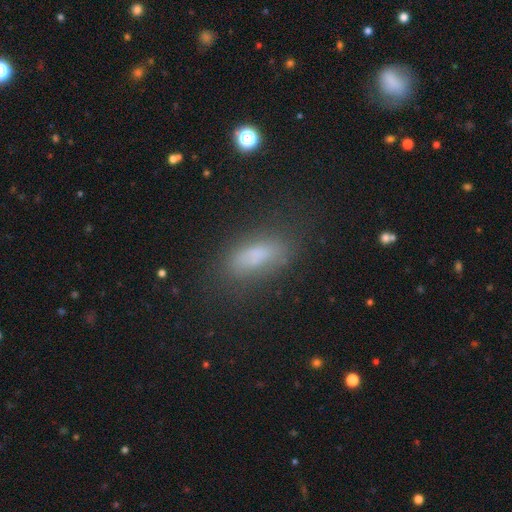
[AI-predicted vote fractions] This appears to be a smooth galaxy with no disk features (74%) that is in between round and cigar-shaped (73%). Merging: none (71%).